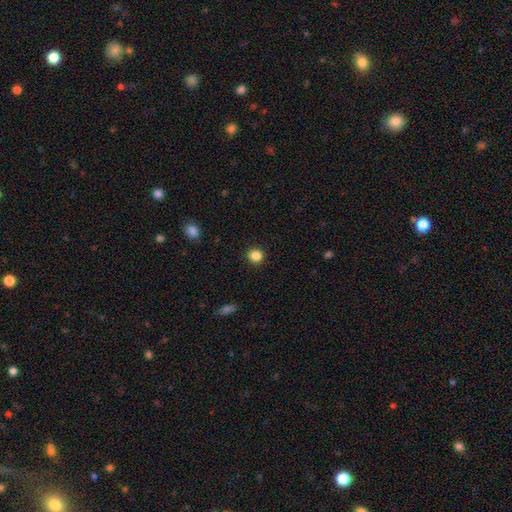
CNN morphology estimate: Smooth or featured: smooth — 86% (star or artifact — 11%)
How rounded: round — 90% (in between — 9%)
Merging: none — 92% (minor disturbance — 5%)